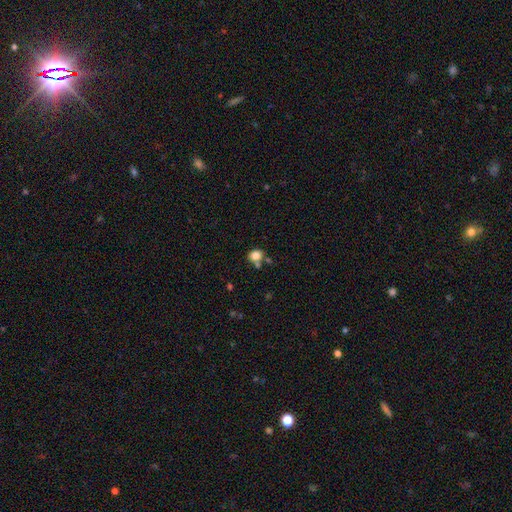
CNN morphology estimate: This is clearly a smooth galaxy (82%). How rounded: likely round (70%). Merging: likely none (64%).